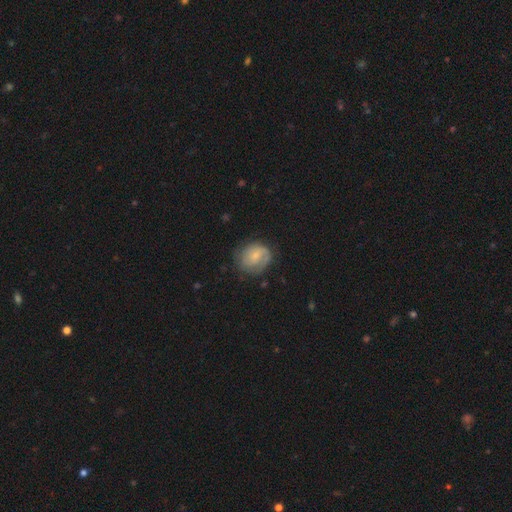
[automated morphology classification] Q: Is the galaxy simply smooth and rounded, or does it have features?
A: featured or disk — 52%.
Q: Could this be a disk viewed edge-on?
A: no — 97%.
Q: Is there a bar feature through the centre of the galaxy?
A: no — 62%.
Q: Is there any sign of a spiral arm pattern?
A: yes — 81%.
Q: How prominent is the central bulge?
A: small — 64%.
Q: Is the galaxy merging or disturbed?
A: none — 63%.